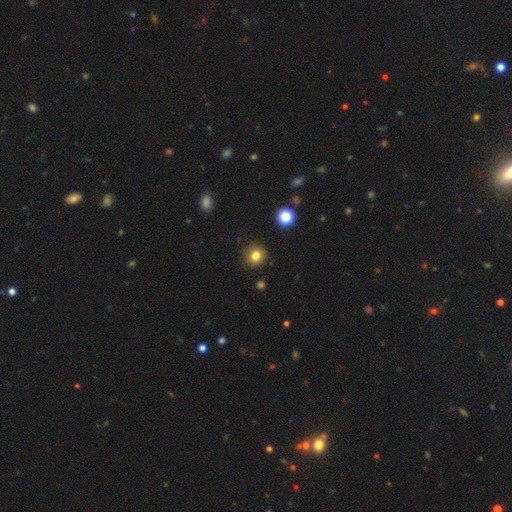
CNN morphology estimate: Overall: smooth (80%). How rounded: round (90%). Merging: none (87%).